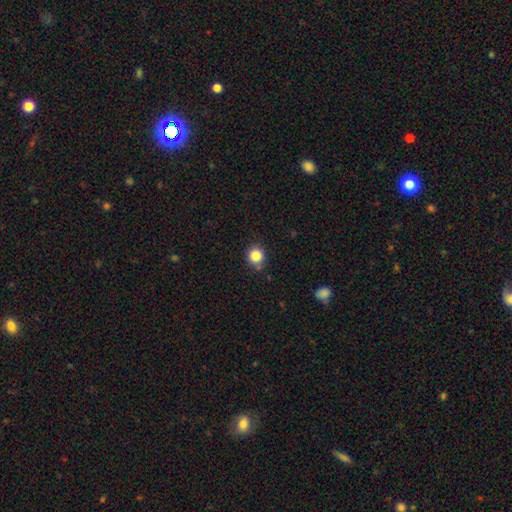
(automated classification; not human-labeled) Smooth or featured: smooth — 85% (star or artifact — 11%)
How rounded: round — 91% (in between — 8%)
Merging: none — 81% (minor disturbance — 12%)